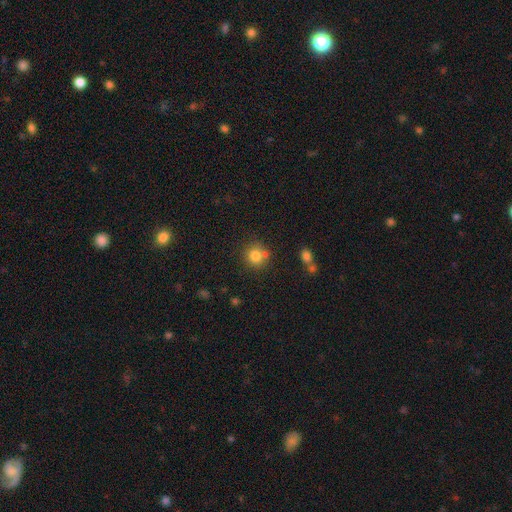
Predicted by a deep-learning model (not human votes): Smooth or featured: smooth — 80% (star or artifact — 11%)
How rounded: round — 87% (in between — 12%)
Merging: none — 68% (merger — 17%)